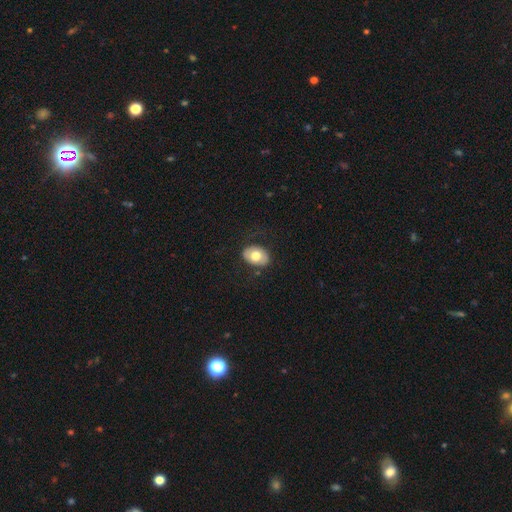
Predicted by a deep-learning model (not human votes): This appears to be a smooth galaxy with no disk features (66%) that is in between round and cigar-shaped (75%). Merging: none (79%).